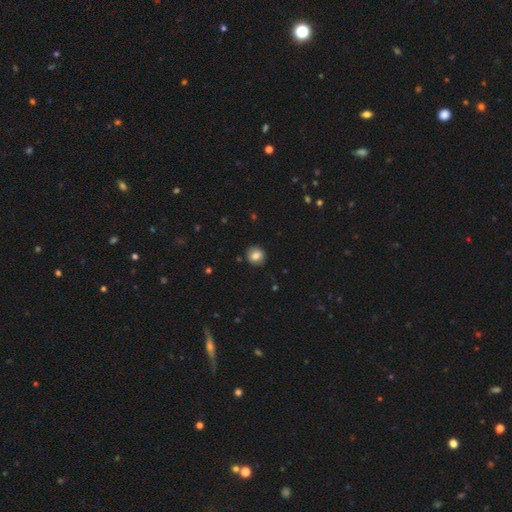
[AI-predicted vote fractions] The model was most divided on "how rounded": round: 83%, in between: 16%, cigar-shaped: 1%. More confident: merging — none (86%); smooth or featured — smooth (81%).